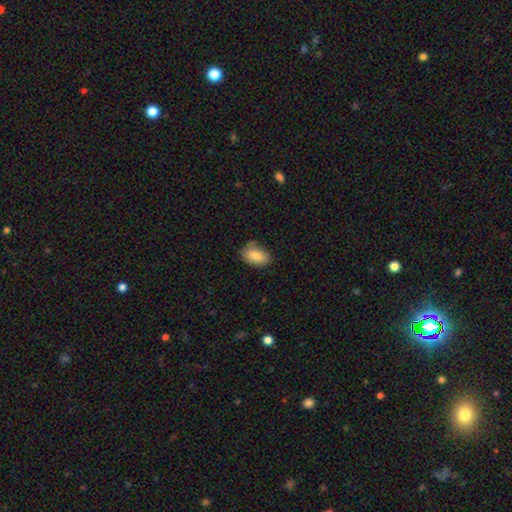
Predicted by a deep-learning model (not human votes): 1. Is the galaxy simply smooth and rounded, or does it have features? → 82% smooth, 10% featured or disk, 8% star or artifact.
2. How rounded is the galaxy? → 88% in between, 10% round, 2% cigar-shaped.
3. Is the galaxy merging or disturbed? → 67% none, 25% minor disturbance, 5% major disturbance, 2% merger.